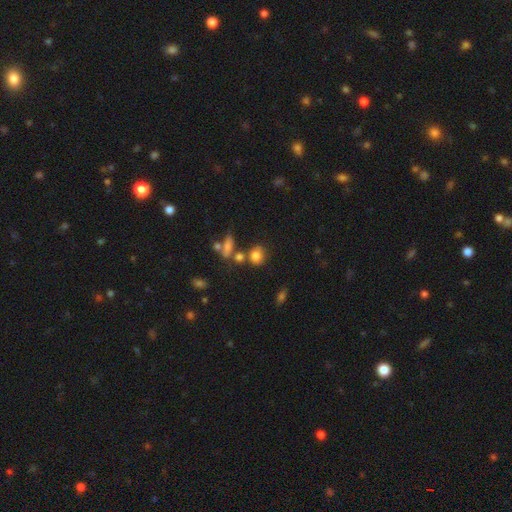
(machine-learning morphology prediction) type=smooth (79%); roundness=round (64%); merging=none (59%).